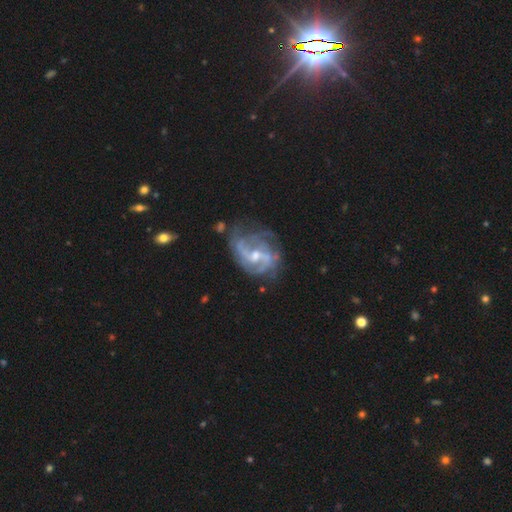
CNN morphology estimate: This appears to be a featured or disk galaxy (87%) with a weak bar (49%), 2 (42%) medium (47%) spiral arms (95%) and a moderate central bulge (54%). Merging: none (57%).